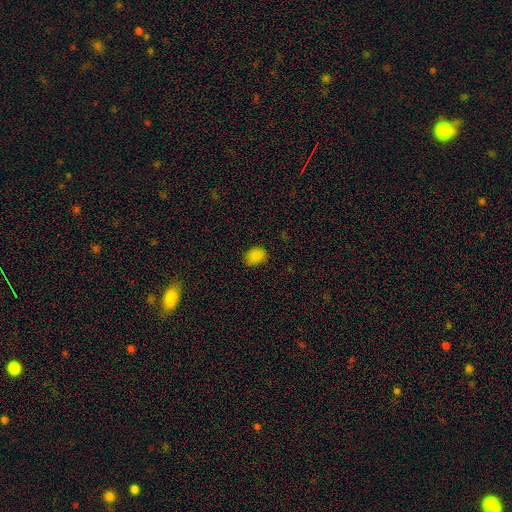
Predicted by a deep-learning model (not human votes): smooth_or_featured: smooth (p=0.84) [alt: star or artifact p=0.13]
how_rounded: in between (p=0.62) [alt: round p=0.37]
merging: none (p=0.80) [alt: minor disturbance p=0.16]